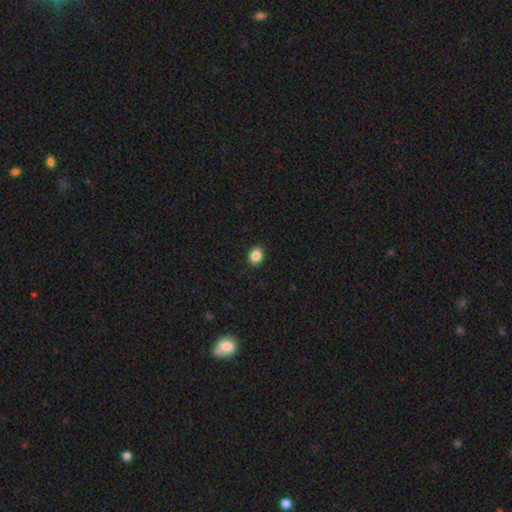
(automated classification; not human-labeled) Morphology: type=smooth (86%); roundness=round (50%); merging=none (90%).